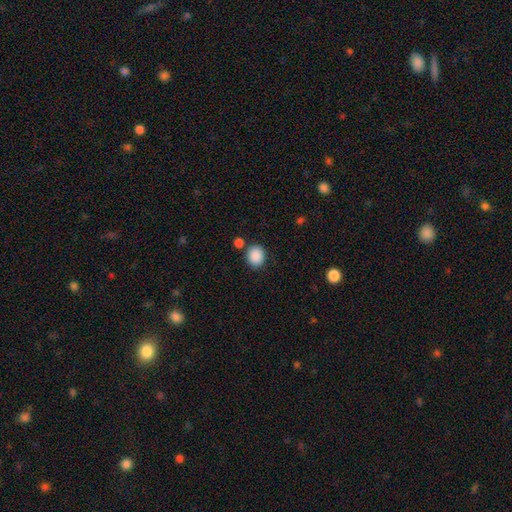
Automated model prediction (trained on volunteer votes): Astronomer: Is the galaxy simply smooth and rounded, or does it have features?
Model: smooth — 89%.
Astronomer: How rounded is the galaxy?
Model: round — 59% (runner-up: in between, 40%).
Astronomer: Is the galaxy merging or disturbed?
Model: none — 80%.